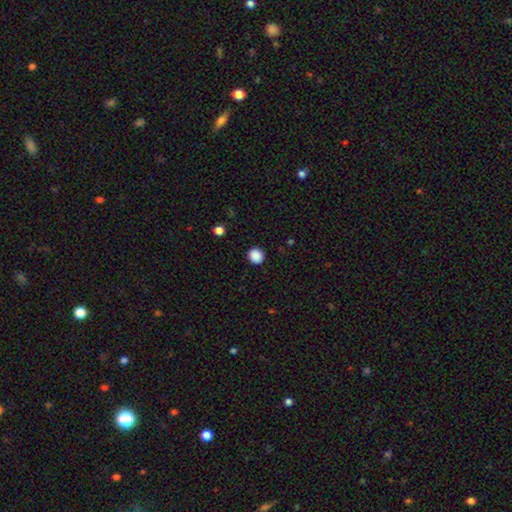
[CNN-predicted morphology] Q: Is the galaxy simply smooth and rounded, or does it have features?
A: smooth — 89%.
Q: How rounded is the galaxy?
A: round — 85%.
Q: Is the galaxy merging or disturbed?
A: none — 91%.